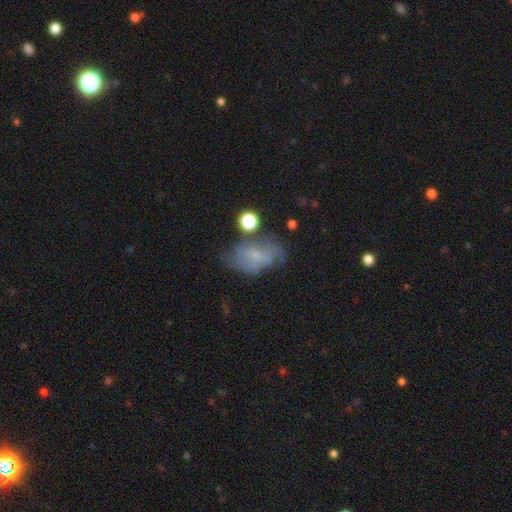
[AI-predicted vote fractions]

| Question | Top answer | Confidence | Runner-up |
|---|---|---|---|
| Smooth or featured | smooth | 47% | featured or disk (41%) |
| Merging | none | 46% | minor disturbance (29%) |